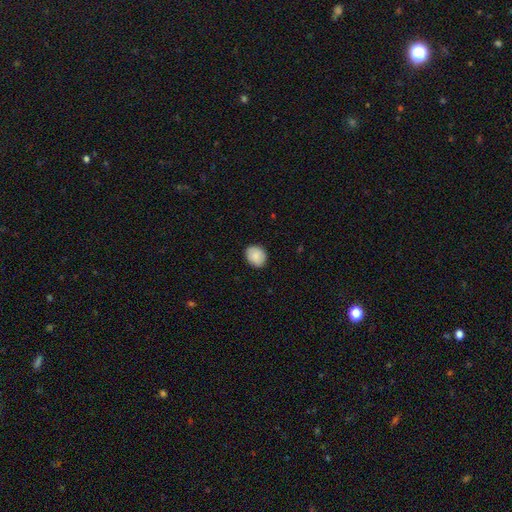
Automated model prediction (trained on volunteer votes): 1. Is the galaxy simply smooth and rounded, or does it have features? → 87% smooth, 7% star or artifact, 6% featured or disk.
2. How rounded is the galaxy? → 56% round, 43% in between, 1% cigar-shaped.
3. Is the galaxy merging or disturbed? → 87% none, 10% minor disturbance, 2% major disturbance, 1% merger.